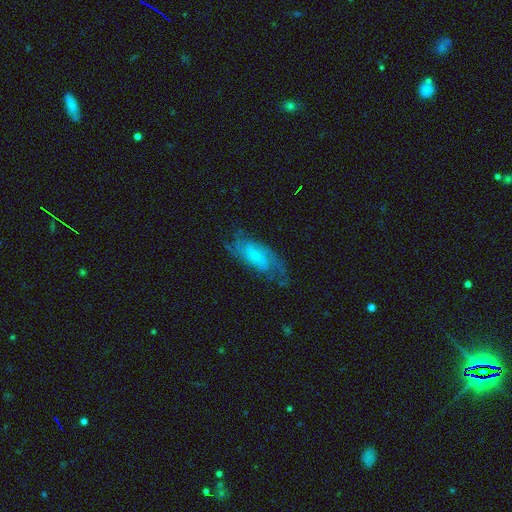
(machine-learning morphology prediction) Overall: featured or disk (70%). Edge-on disk: no (91%). Bar: no (60%; weak 33%). Spiral arms: yes (91%). Spiral arm count: 2 (42%; can't tell 32%). Spiral winding: medium (44%; tight 34%). Bulge size: small (61%; moderate 23%). Merging: none (65%).